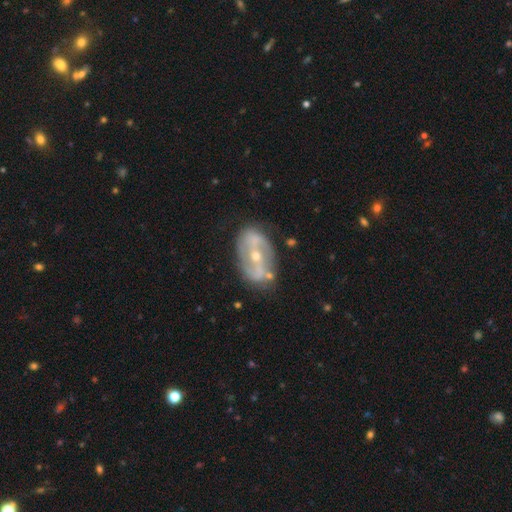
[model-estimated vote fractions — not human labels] Smooth or featured?
  - featured or disk: 82% *
  - smooth: 12%
  - star or artifact: 6%
Edge-on disk?
  - no: 94% *
  - yes: 6%
Bar?
  - strong: 49% *
  - weak: 27%
  - no: 24%
Spiral arms?
  - yes: 80% *
  - no: 20%
Spiral winding?
  - medium: 41% *
  - loose: 37%
  - tight: 23%
Spiral arm count?
  - 2: 86% *
  - can't tell: 8%
  - 1: 2%
  - 3: 2%
  - 4: 1%
  - more than 4: 1%
Bulge size?
  - small: 56% *
  - moderate: 41%
  - large: 1%
  - none: 1%
  - dominant: 1%
Merging?
  - none: 74% *
  - minor disturbance: 17%
  - major disturbance: 6%
  - merger: 4%